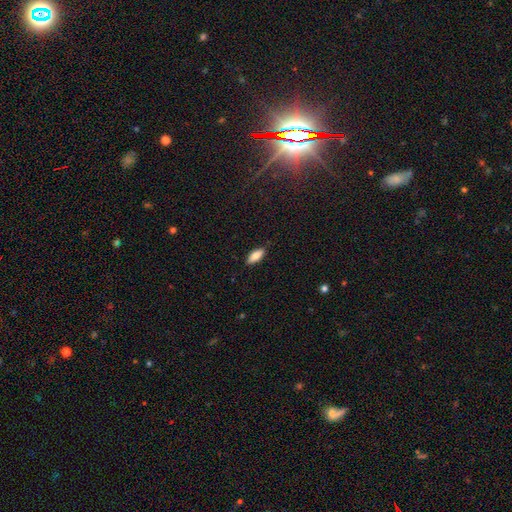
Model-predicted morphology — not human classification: Smooth or featured?
  - smooth: 83% *
  - featured or disk: 11%
  - star or artifact: 6%
How rounded?
  - in between: 77% *
  - cigar-shaped: 21%
  - round: 2%
Merging?
  - none: 85% *
  - minor disturbance: 12%
  - major disturbance: 2%
  - merger: 1%